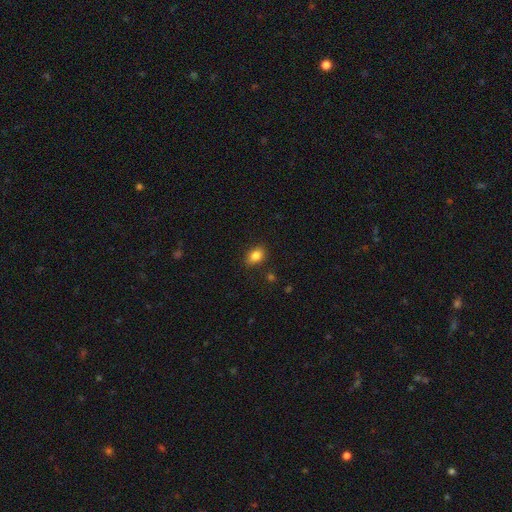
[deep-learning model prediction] Smooth or featured? Predicted: smooth (p=0.84). How rounded? Predicted: in between (p=0.76). Merging? Predicted: none (p=0.85).